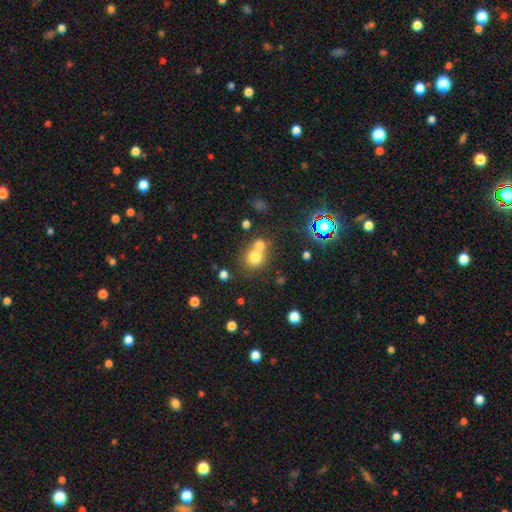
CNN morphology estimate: This appears to be a smooth galaxy with no disk features (73%) that is round (78%). Merging: merger (47%).